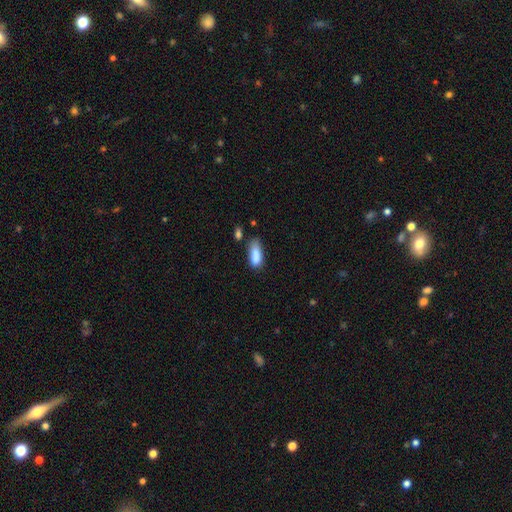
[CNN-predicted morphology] Q: Smooth or featured?
A: smooth (85%); runner-up: star or artifact (8%)
Q: How rounded?
A: in between (78%); runner-up: cigar-shaped (20%)
Q: Merging?
A: none (47%); runner-up: minor disturbance (34%)